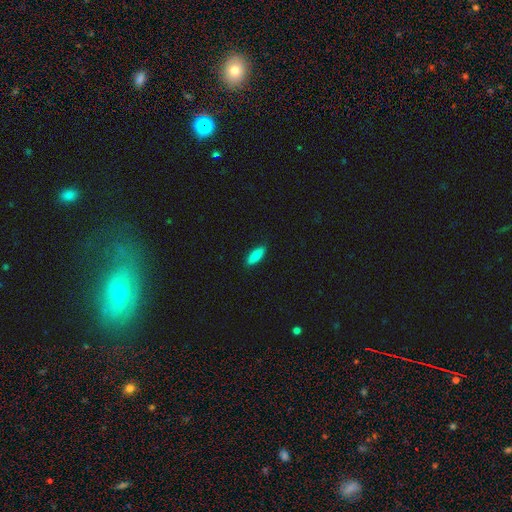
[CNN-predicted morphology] Smooth or featured? smooth (81%)
How rounded? in between (59%)
Merging? none (88%)